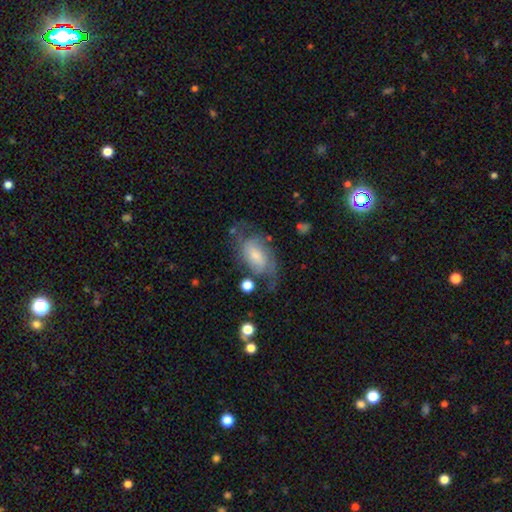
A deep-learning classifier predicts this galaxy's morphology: Smooth or featured: featured or disk — 65% (smooth — 28%)
Edge-on disk: no — 95% (yes — 5%)
Bar: no — 53% (weak — 38%)
Spiral arms: yes — 88% (no — 12%)
Spiral winding: medium — 46% (tight — 28%)
Spiral arm count: 2 — 58% (can't tell — 22%)
Bulge size: small — 47% (moderate — 30%)
Merging: none — 50% (minor disturbance — 24%)